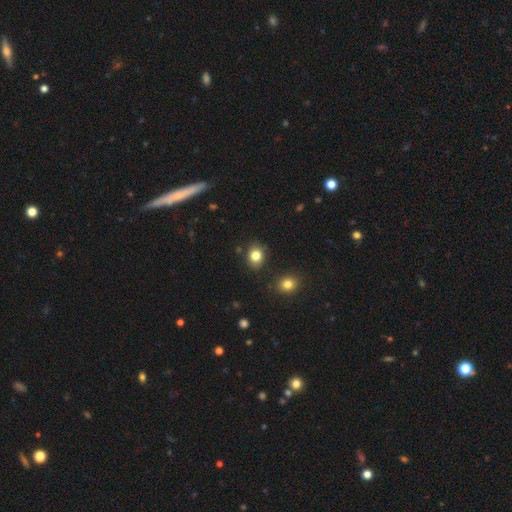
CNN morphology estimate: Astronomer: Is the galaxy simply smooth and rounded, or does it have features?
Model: smooth — 83%.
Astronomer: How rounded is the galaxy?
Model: round — 64%.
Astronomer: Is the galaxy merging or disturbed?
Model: none — 86%.